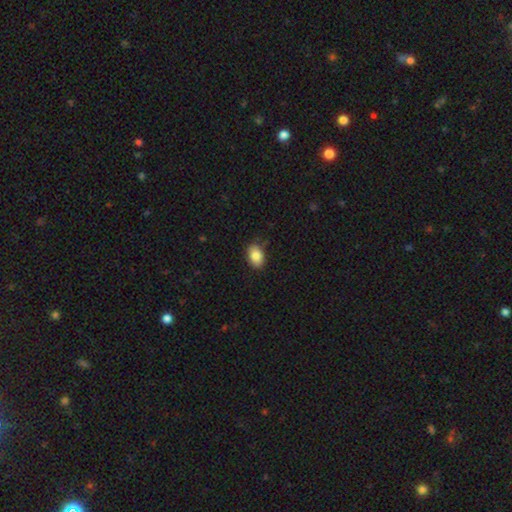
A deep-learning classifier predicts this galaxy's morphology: Overall: smooth (86%). How rounded: in between (83%). Merging: none (83%).